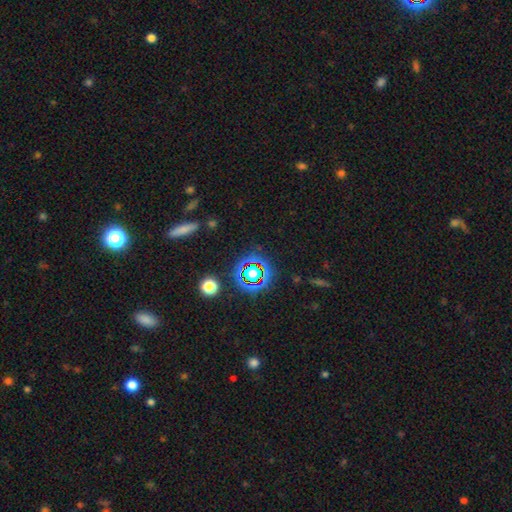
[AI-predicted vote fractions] Smooth or featured?
  - star or artifact: 68% *
  - smooth: 20%
  - featured or disk: 12%